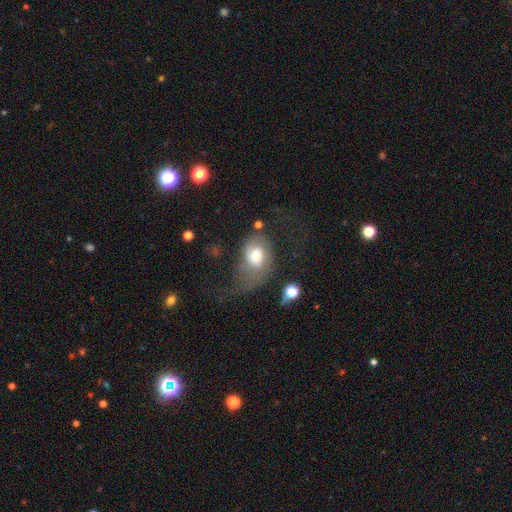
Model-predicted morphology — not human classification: Overall: smooth (53%; featured or disk 39%). How rounded: in between (68%; round 30%). Merging: major disturbance (53%; none 23%).